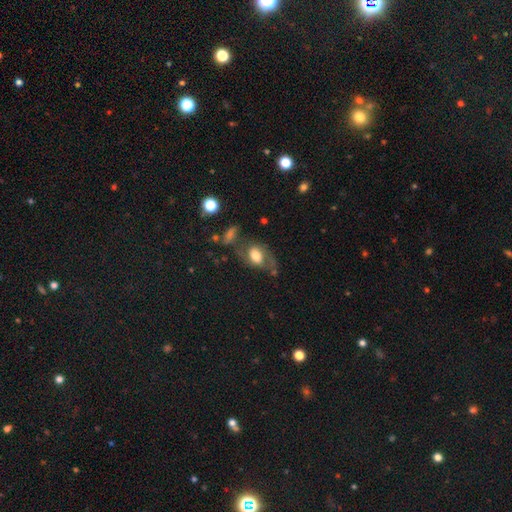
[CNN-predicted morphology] Smooth or featured?
  - smooth: 51% *
  - featured or disk: 40%
  - star or artifact: 8%
How rounded?
  - in between: 77% *
  - round: 21%
  - cigar-shaped: 2%
Merging?
  - none: 44% *
  - minor disturbance: 24%
  - major disturbance: 22%
  - merger: 10%